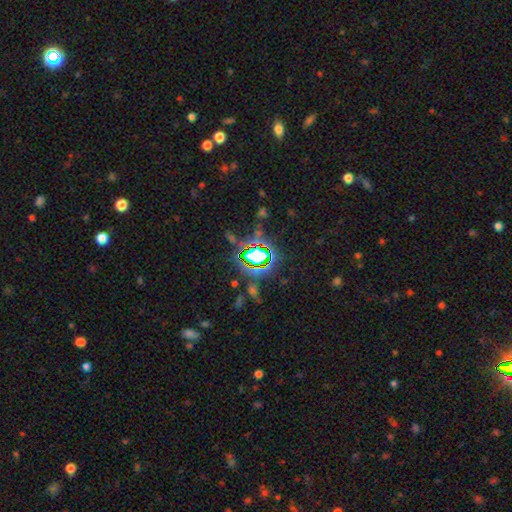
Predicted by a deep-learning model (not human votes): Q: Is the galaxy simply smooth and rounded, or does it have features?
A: star or artifact — 74%.